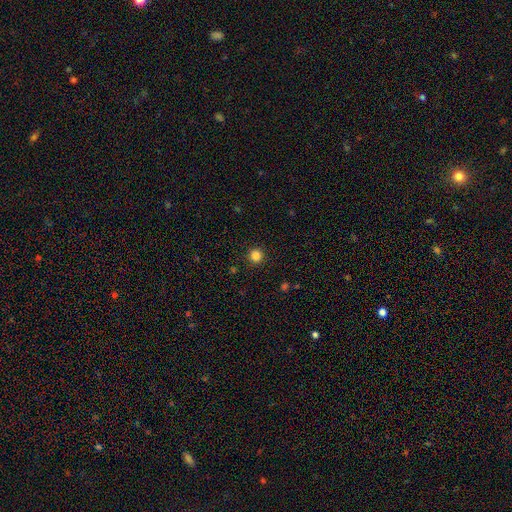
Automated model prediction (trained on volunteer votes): smooth 84%, star or artifact 12%, featured or disk 4%. Down the decision tree: how rounded — round (95%); merging — none (92%).